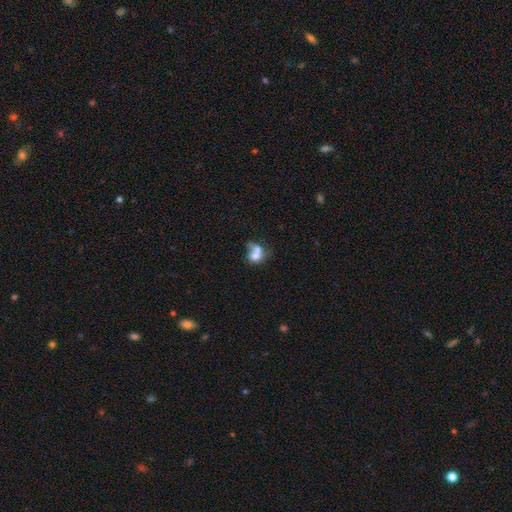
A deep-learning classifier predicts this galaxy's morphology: This appears to be a smooth galaxy with no disk features (63%) that is in between round and cigar-shaped (49%, tied with round). Merging: merger (66%).